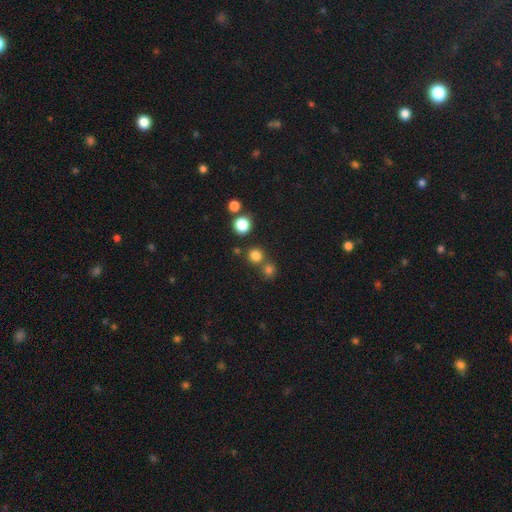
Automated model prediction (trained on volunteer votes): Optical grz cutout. It shows a smooth galaxy with no disk features (77%) that is round (91%). Merging: none (71%).